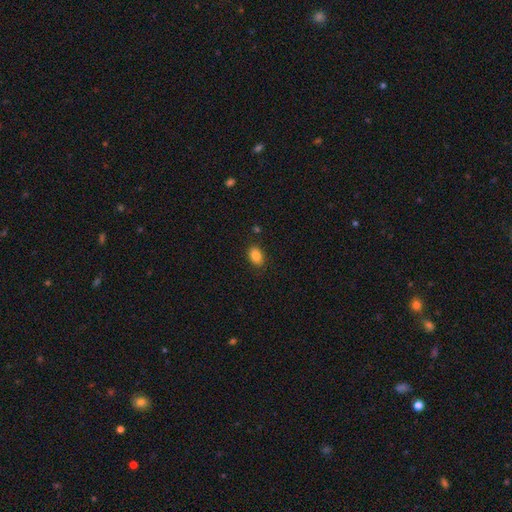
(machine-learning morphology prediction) Smooth or featured? Predicted: smooth (p=0.85). How rounded? Predicted: in between (p=0.81). Merging? Predicted: none (p=0.86).